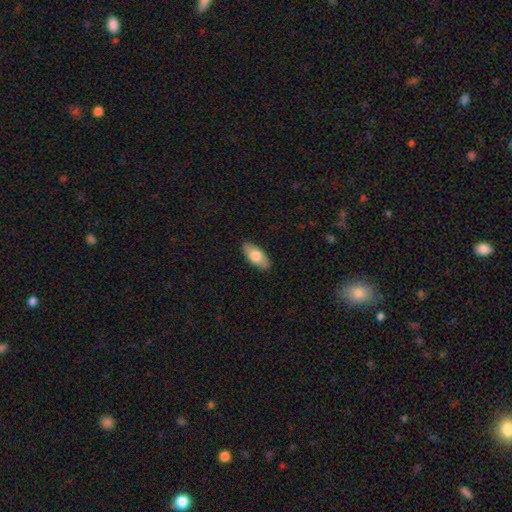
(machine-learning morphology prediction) Smooth or featured? Predicted: smooth (p=0.72). How rounded? Predicted: in between (p=0.89). Merging? Predicted: none (p=0.89).